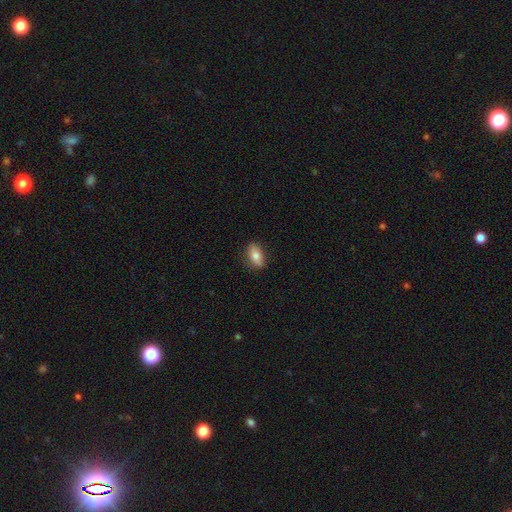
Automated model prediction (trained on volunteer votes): This appears to be a smooth galaxy with no disk features (77%) that is in between round and cigar-shaped (85%). Merging: none (82%).